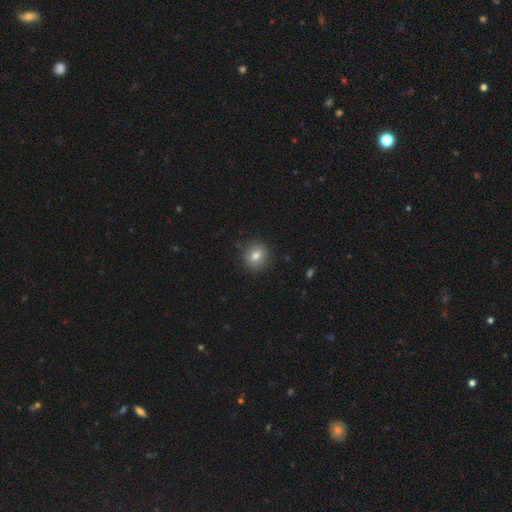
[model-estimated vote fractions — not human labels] Smooth or featured: smooth — 81% (star or artifact — 10%)
How rounded: round — 83% (in between — 16%)
Merging: none — 89% (minor disturbance — 7%)